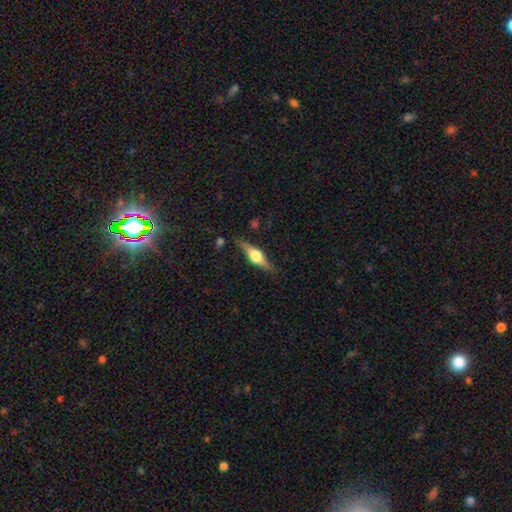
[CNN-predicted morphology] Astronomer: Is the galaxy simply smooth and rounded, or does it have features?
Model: featured or disk — 75%.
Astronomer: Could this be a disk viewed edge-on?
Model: yes — 97%.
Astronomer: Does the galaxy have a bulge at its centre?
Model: rounded — 94%.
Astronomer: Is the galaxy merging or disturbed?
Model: none — 83%.